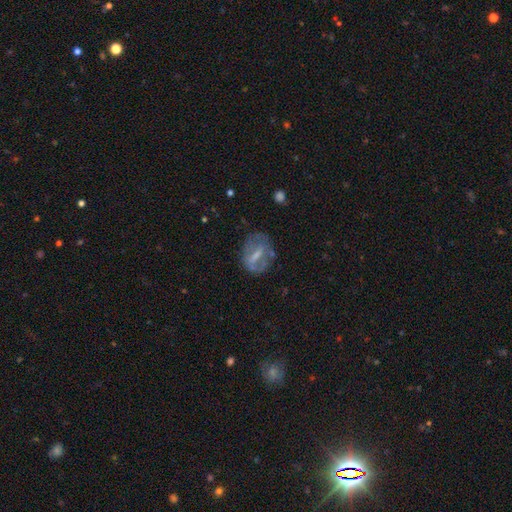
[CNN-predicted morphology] Smooth or featured: featured or disk — 54% (smooth — 36%)
Edge-on disk: no — 92% (yes — 8%)
Merging: none — 58% (minor disturbance — 23%)